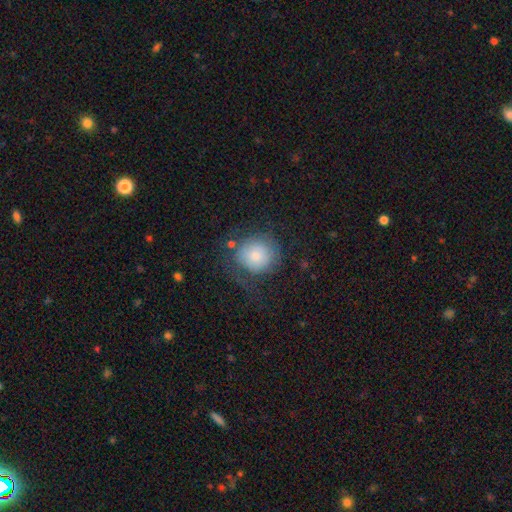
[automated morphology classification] smooth-or-featured: smooth: 66% | featured or disk: 25% | star or artifact: 8%
  how-rounded: round: 89% | in between: 11% | cigar-shaped: 1%
  merging: none: 54% | major disturbance: 22% | minor disturbance: 20% | merger: 3%